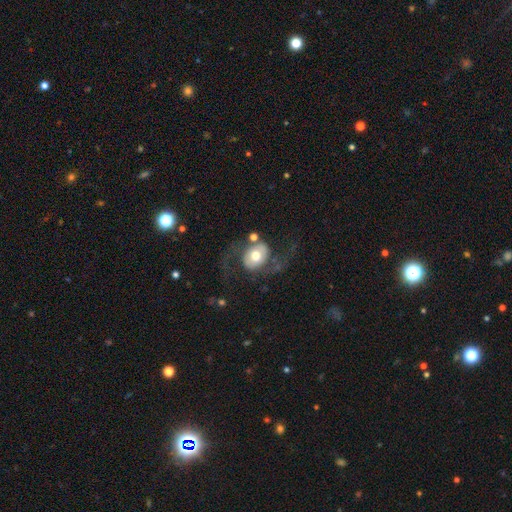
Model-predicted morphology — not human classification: The model was most divided on "merging": none: 53%, major disturbance: 26%, minor disturbance: 16%, merger: 6%. More confident: edge-on disk — no (95%); spiral arms — yes (72%); bar — no (67%); smooth or featured — featured or disk (64%); bulge size — moderate (62%).